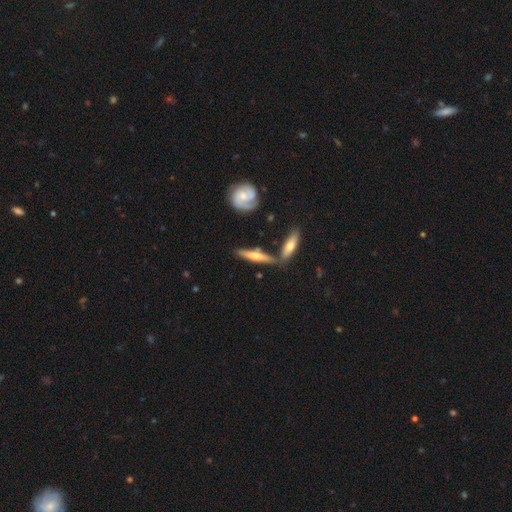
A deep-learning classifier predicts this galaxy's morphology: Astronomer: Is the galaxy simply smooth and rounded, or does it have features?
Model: featured or disk — 55% (runner-up: smooth, 39%).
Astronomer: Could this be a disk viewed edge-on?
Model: yes — 86%.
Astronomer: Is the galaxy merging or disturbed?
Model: none — 67%.